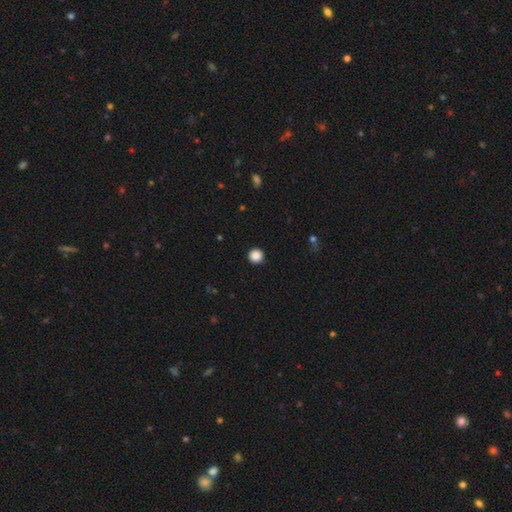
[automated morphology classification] Overall: smooth (87%). How rounded: round (96%). Merging: none (93%).